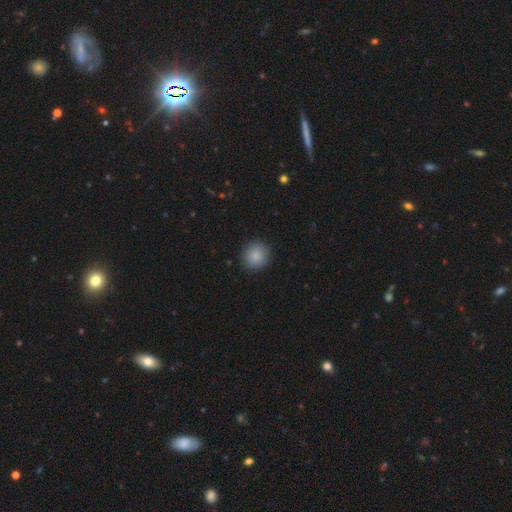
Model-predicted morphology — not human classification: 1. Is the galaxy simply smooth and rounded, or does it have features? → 88% smooth, 8% star or artifact, 4% featured or disk.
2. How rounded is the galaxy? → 89% round, 10% in between, 1% cigar-shaped.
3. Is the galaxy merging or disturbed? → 90% none, 7% minor disturbance, 2% major disturbance, 1% merger.